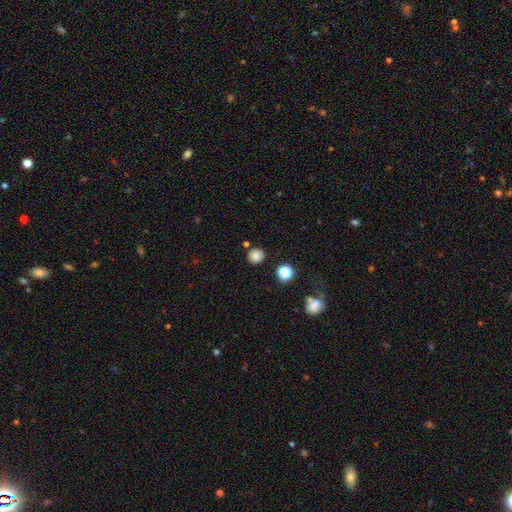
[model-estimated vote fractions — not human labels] Smooth or featured? Predicted: smooth (p=0.82). How rounded? Predicted: round (p=0.89). Merging? Predicted: none (p=0.83).